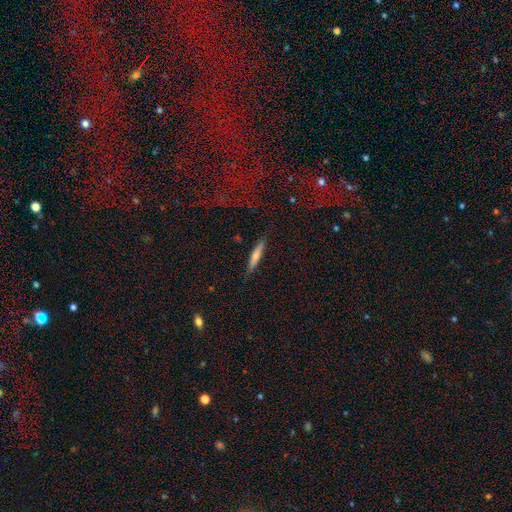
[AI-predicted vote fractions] Morphology: type=smooth (59%); roundness=cigar-shaped (90%); merging=none (85%).